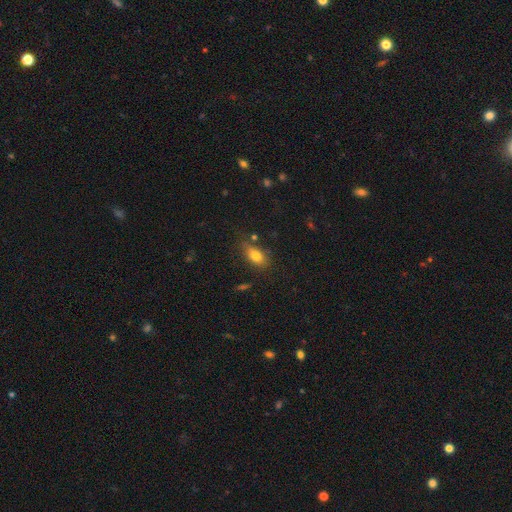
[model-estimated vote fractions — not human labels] A smooth galaxy with no disk features (78%) that is in between round and cigar-shaped (84%). Merging: none (73%).